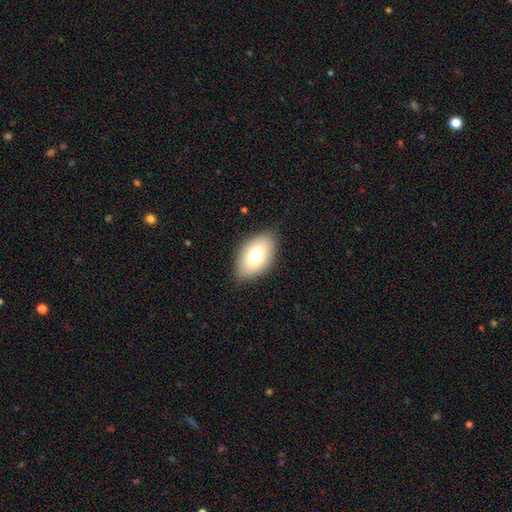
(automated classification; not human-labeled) Morphology: type=smooth (75%); roundness=in between (93%); merging=none (85%).